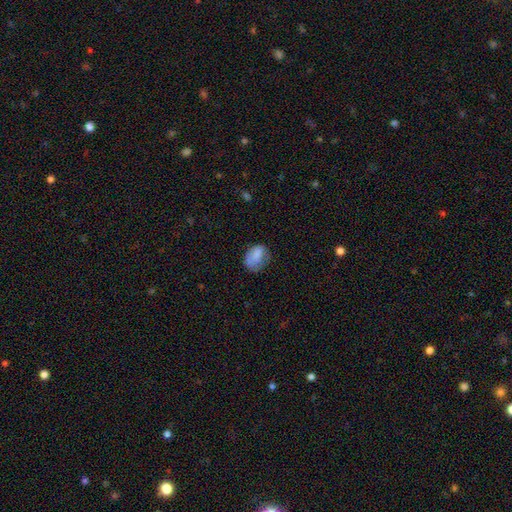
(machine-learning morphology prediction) A smooth galaxy with no disk features (78%) that is in between round and cigar-shaped (71%). Merging: none (51%).